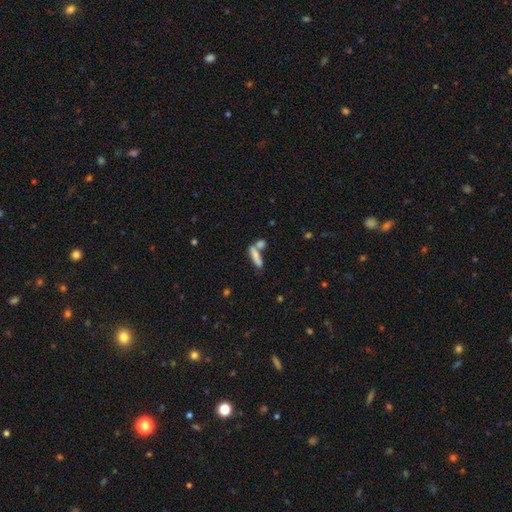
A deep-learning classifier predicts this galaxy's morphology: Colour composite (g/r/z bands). It shows a smooth galaxy with no disk features (72%) that is cigar-shaped (70%). Merging: none (48%).